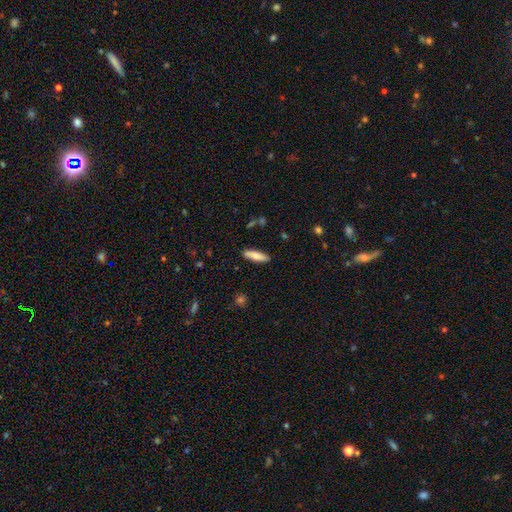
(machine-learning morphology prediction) A smooth galaxy with no disk features (77%) that is cigar-shaped (61%).

Vote fractions:
- Smooth or featured? smooth: 77% / featured or disk: 17% / star or artifact: 6%
- How rounded? cigar-shaped: 61% / in between: 37% / round: 2%
- Merging? none: 88% / minor disturbance: 9% / major disturbance: 2% / merger: 2%